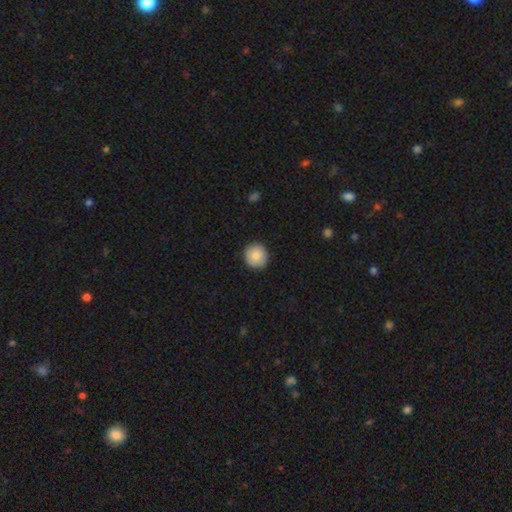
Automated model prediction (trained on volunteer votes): Smooth or featured: smooth — 87% (star or artifact — 7%)
How rounded: round — 94% (in between — 5%)
Merging: none — 90% (minor disturbance — 7%)